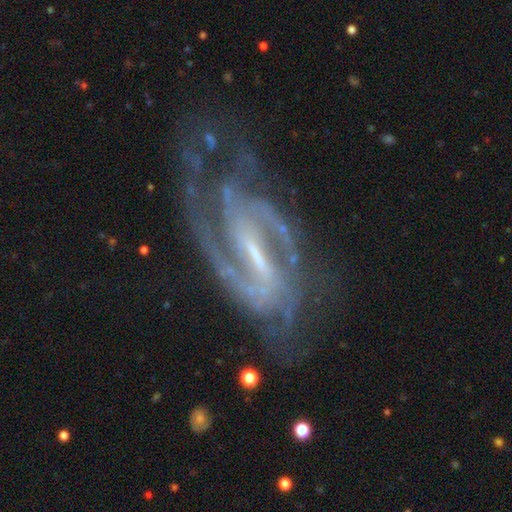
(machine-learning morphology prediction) A featured or disk galaxy (92%) with a strong bar (54%), 2 (64%) medium (49%) spiral arms (98%) and a small central bulge (62%).

Vote fractions:
- Smooth or featured? featured or disk: 92% / star or artifact: 5% / smooth: 3%
- Edge-on disk? no: 96% / yes: 4%
- Bar? strong: 54% / weak: 36% / no: 11%
- Spiral arms? yes: 98% / no: 2%
- Spiral winding? medium: 49% / tight: 40% / loose: 11%
- Spiral arm count? 2: 64% / 3: 13% / can't tell: 10% / 4: 5% / 1: 4% / more than 4: 4%
- Bulge size? small: 62% / none: 18% / moderate: 18% / large: 2% / dominant: 1%
- Merging? none: 61% / minor disturbance: 20% / major disturbance: 16% / merger: 3%